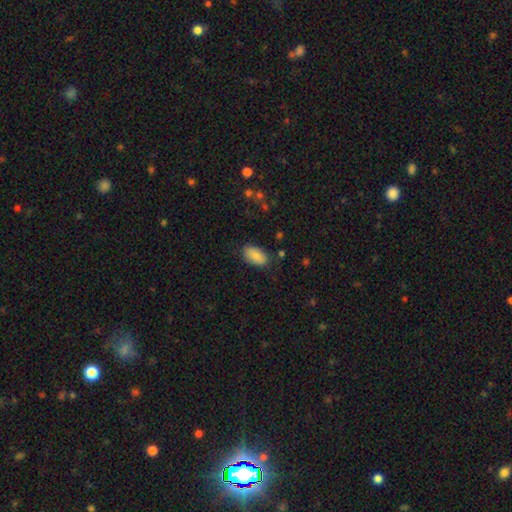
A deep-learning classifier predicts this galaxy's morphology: Smooth or featured? smooth (84%)
How rounded? in between (93%)
Merging? none (81%)